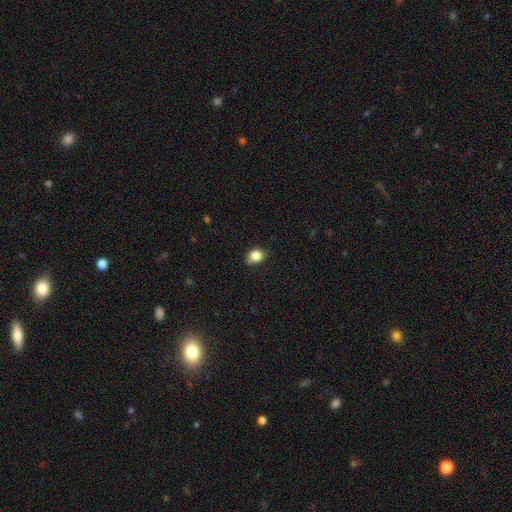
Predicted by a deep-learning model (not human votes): smooth-or-featured: smooth: 83% | star or artifact: 10% | featured or disk: 7%
  how-rounded: in between: 53% | round: 46% | cigar-shaped: 1%
  merging: none: 65% | minor disturbance: 28% | major disturbance: 5% | merger: 2%